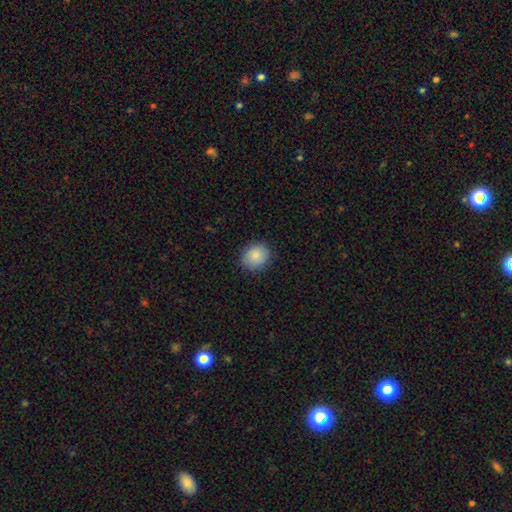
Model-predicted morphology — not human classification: type=smooth (86%); roundness=round (66%); merging=none (87%).